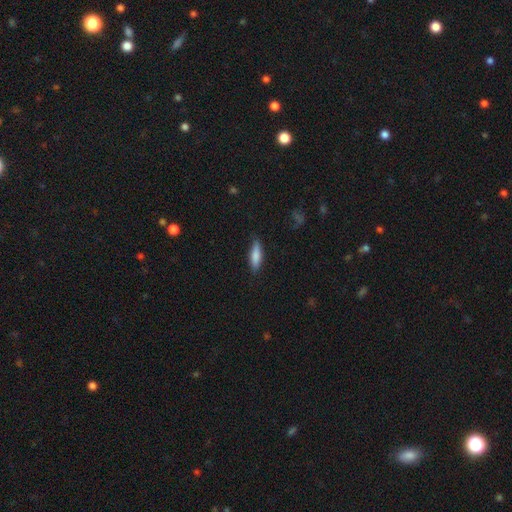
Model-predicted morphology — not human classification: This is clearly a smooth galaxy (81%). How rounded: possibly cigar-shaped (51%). Merging: likely none (80%).